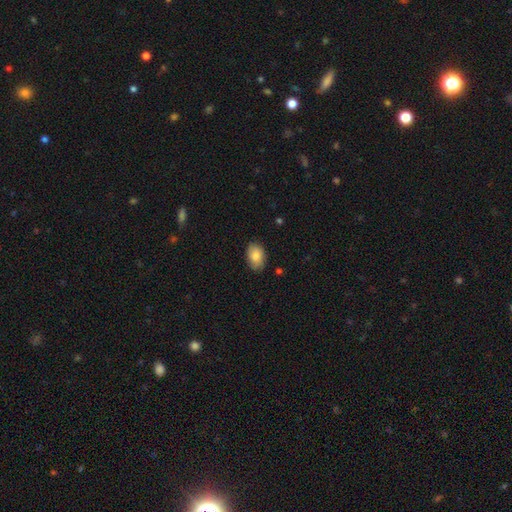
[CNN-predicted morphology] A smooth galaxy with no disk features (83%) that is in between round and cigar-shaped (86%). Merging: none (80%).